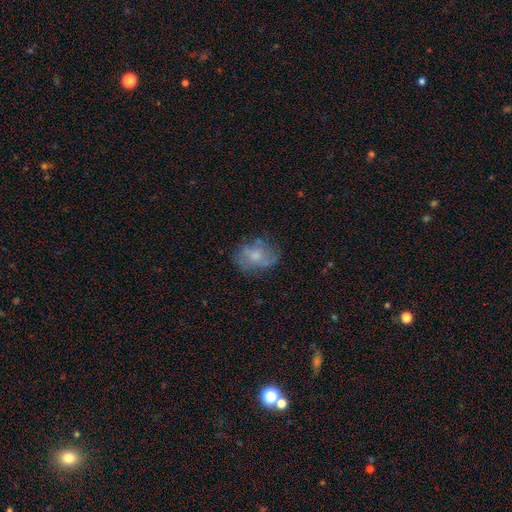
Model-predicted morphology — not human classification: Smooth or featured: smooth — 48% (featured or disk — 42%)
Merging: none — 60% (minor disturbance — 24%)